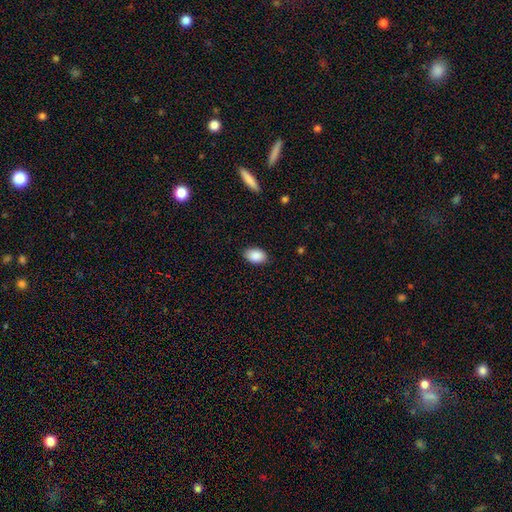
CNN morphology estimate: Smooth or featured? Predicted: smooth (p=0.89). How rounded? Predicted: in between (p=0.91). Merging? Predicted: none (p=0.86).